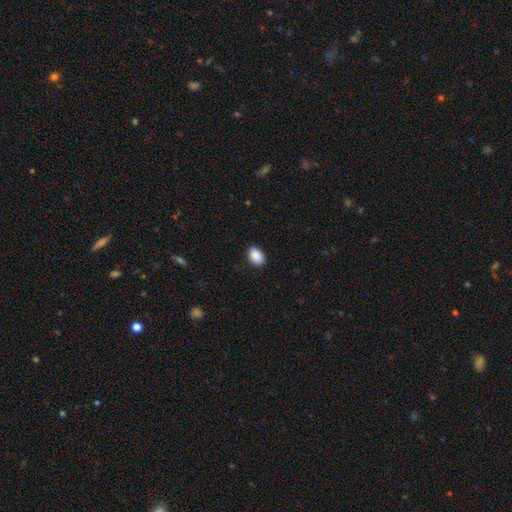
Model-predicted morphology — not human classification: Smooth or featured? Predicted: smooth (p=0.90). How rounded? Predicted: in between (p=0.80). Merging? Predicted: none (p=0.87).